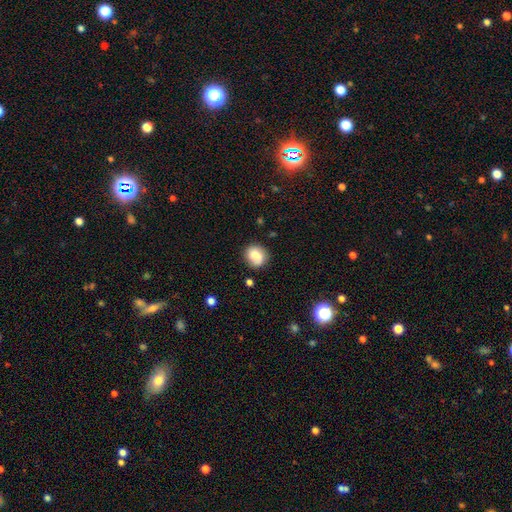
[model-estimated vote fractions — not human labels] A smooth galaxy with no disk features (81%) that is round (78%).

Vote fractions:
- Smooth or featured? smooth: 81% / featured or disk: 10% / star or artifact: 9%
- How rounded? round: 78% / in between: 21% / cigar-shaped: 1%
- Merging? none: 80% / minor disturbance: 15% / major disturbance: 4% / merger: 2%